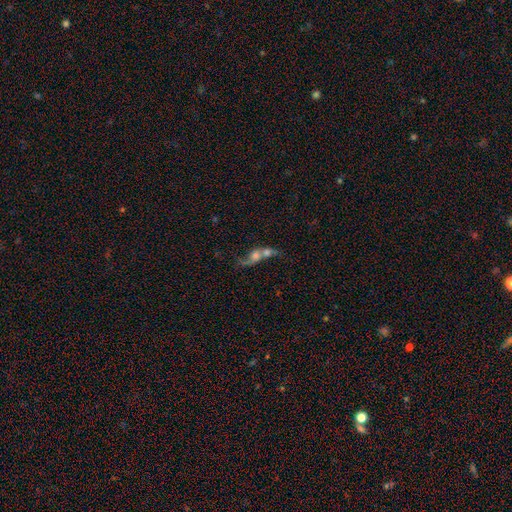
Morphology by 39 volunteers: A featured or disk galaxy (51%) with no bar (77%), 2 (57%) loose (86%) spiral arms (54%) and a large central bulge (46%).

Vote fractions:
- Smooth or featured? featured or disk: 51% / smooth: 41% / star or artifact: 8%
- Edge-on disk? no: 65% / yes: 35%
- Bar? no: 77% / weak: 15% / strong: 8%
- Spiral arms? yes: 54% / no: 46%
- Spiral winding? loose: 86% / medium: 14% / tight: 0%
- Spiral arm count? 2: 57% / 1: 43% / 3: 0% / 4: 0% / more than 4: 0% / can't tell: 0%
- Bulge size? large: 46% / moderate: 31% / dominant: 8% / small: 8% / none: 8%
- Merging? merger: 78% / none: 14% / major disturbance: 8% / minor disturbance: 0%